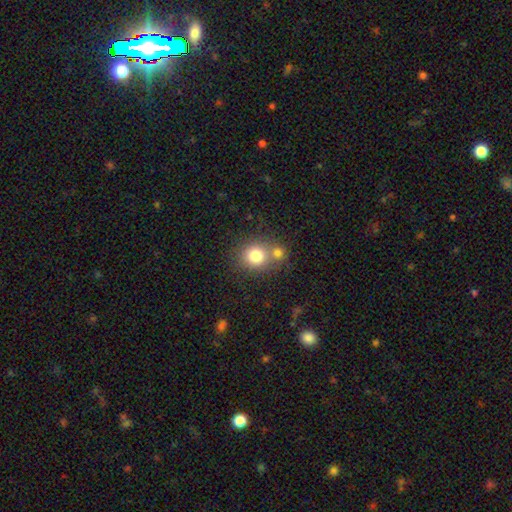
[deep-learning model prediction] This is likely a smooth galaxy (79%). How rounded: clearly round (82%). Merging: possibly none (55%).